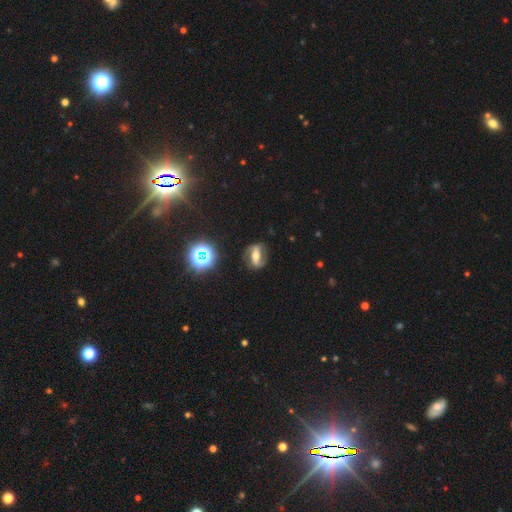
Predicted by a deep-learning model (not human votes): A featured or disk galaxy (68%) with a strong bar (63%), 2 (86%) medium (42%) spiral arms (82%) and a moderate central bulge (60%).

Vote fractions:
- Smooth or featured? featured or disk: 68% / smooth: 19% / star or artifact: 13%
- Edge-on disk? no: 90% / yes: 10%
- Bar? strong: 63% / weak: 23% / no: 14%
- Spiral arms? yes: 82% / no: 18%
- Spiral winding? medium: 42% / loose: 30% / tight: 27%
- Spiral arm count? 2: 86% / can't tell: 7% / 1: 3% / 3: 1% / 4: 1% / more than 4: 1%
- Bulge size? moderate: 60% / small: 25% / large: 10% / none: 3% / dominant: 2%
- Merging? none: 80% / minor disturbance: 13% / major disturbance: 5% / merger: 2%